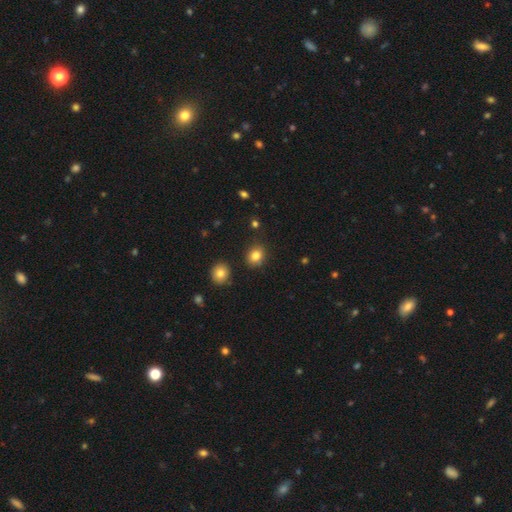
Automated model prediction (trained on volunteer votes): This is clearly a smooth galaxy (83%). How rounded: likely round (67%). Merging: clearly none (86%).